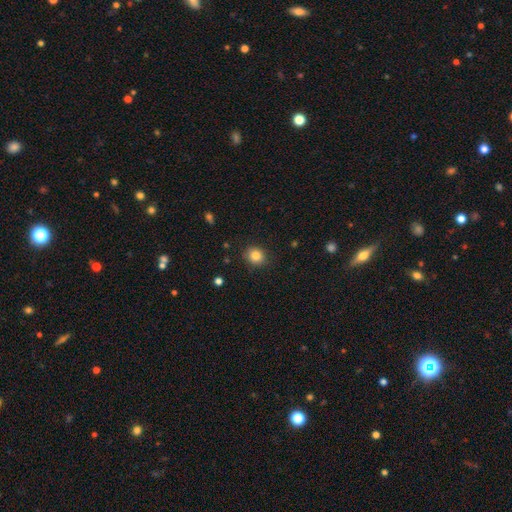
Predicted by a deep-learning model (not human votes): Smooth or featured: smooth — 83% (star or artifact — 11%)
How rounded: round — 76% (in between — 23%)
Merging: none — 88% (minor disturbance — 9%)